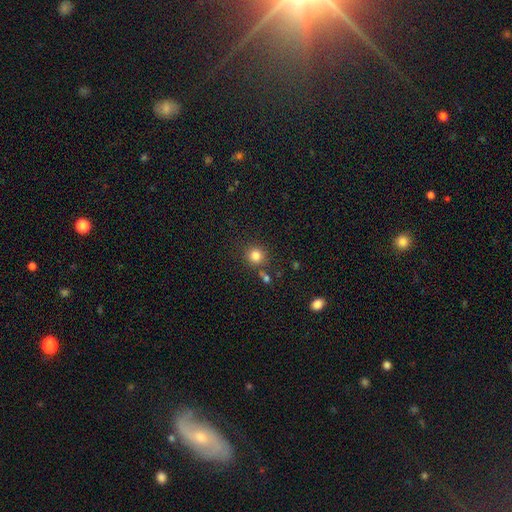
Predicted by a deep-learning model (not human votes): Smooth or featured? Predicted: smooth (p=0.82). How rounded? Predicted: round (p=0.90). Merging? Predicted: none (p=0.79).